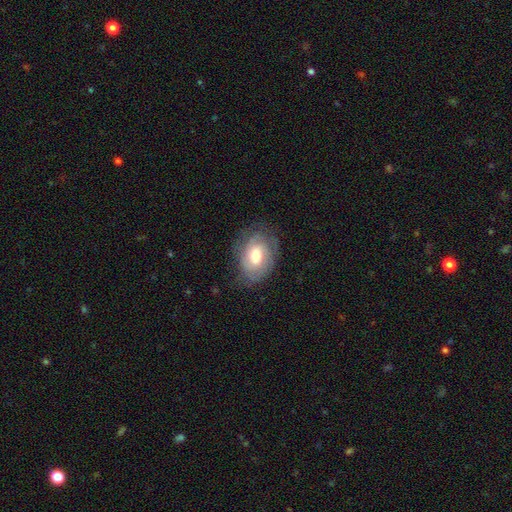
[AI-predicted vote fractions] The model was most divided on "bar": no: 57%, weak: 35%, strong: 7%. More confident: edge-on disk — no (96%); spiral arms — yes (84%); merging — none (71%); bulge size — moderate (66%); smooth or featured — featured or disk (60%).